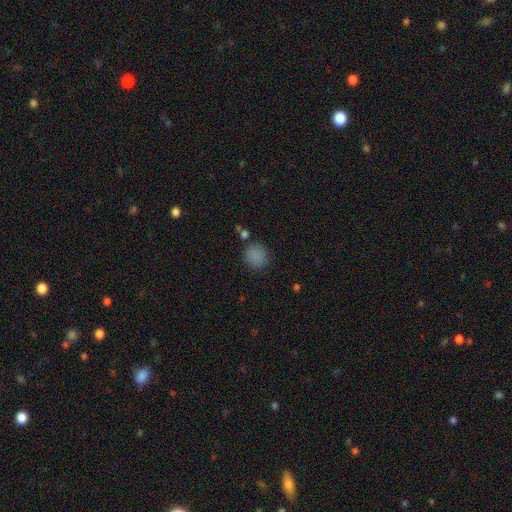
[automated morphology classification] Smooth or featured: smooth — 83% (star or artifact — 12%)
How rounded: round — 87% (in between — 12%)
Merging: none — 81% (minor disturbance — 11%)